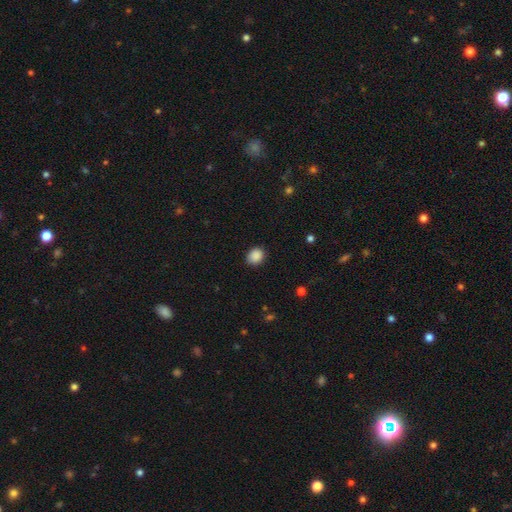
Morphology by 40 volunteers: type=smooth (90%); roundness=round (67%); merging=none (82%).